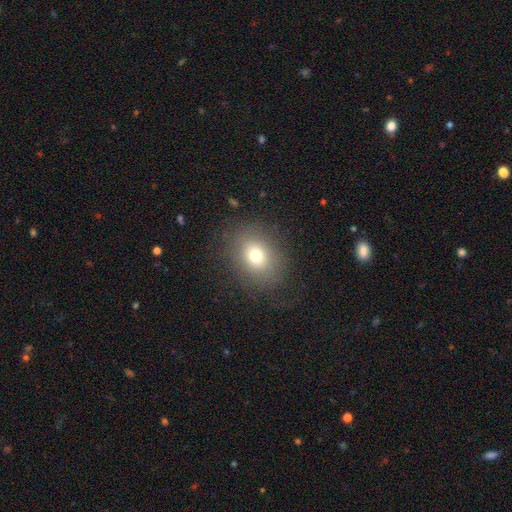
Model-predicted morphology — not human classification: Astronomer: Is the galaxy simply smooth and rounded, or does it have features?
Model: smooth — 73%.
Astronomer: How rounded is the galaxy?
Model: round — 56% (runner-up: in between, 43%).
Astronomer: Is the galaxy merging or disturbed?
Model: none — 80%.